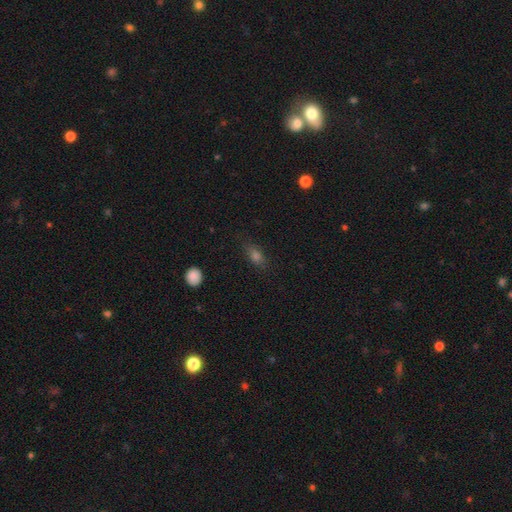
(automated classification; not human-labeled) Smooth or featured? Predicted: smooth (p=0.70). How rounded? Predicted: in between (p=0.71). Merging? Predicted: none (p=0.80).